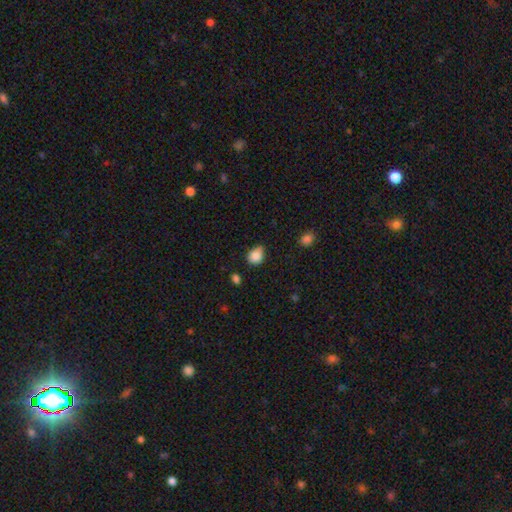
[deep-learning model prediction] A smooth galaxy with no disk features (86%) that is round (51%). Merging: none (54%).